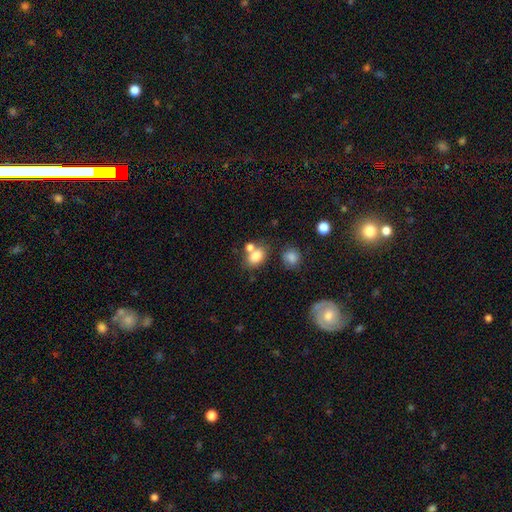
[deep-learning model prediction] Smooth or featured? smooth (80%)
How rounded? in between (69%)
Merging? none (52%)